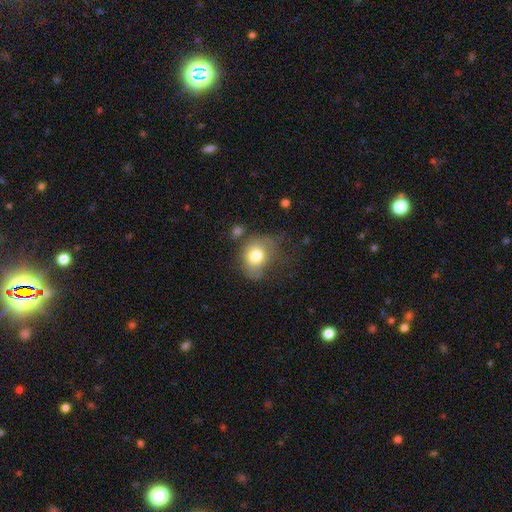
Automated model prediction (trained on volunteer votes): A smooth galaxy with no disk features (75%) that is round (52%). Merging: none (40%).